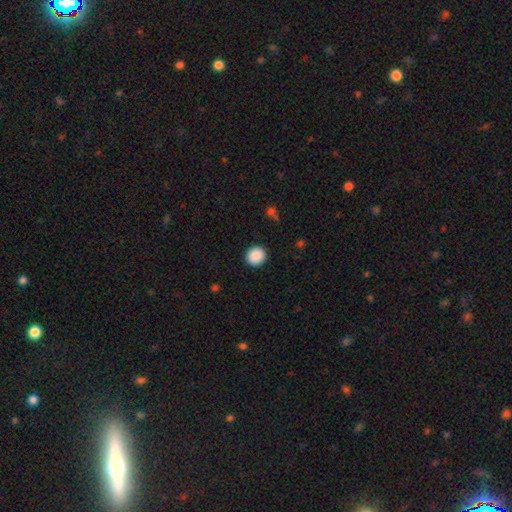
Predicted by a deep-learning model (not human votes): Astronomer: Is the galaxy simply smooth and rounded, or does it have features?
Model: smooth — 89%.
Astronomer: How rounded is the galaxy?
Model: round — 91%.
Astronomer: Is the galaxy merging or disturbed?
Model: none — 92%.